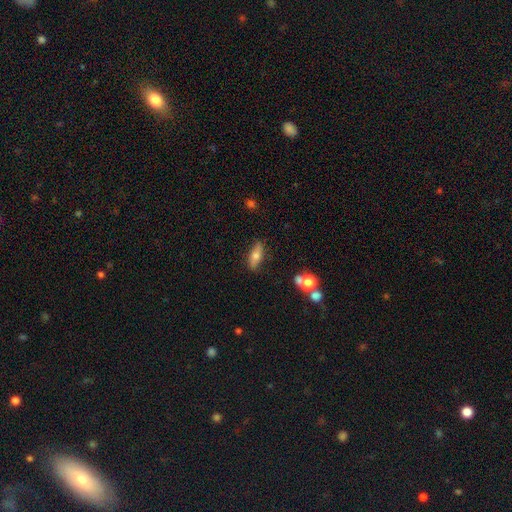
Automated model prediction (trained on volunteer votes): Morphology: type=smooth (62%); roundness=in between (62%); merging=none (80%).